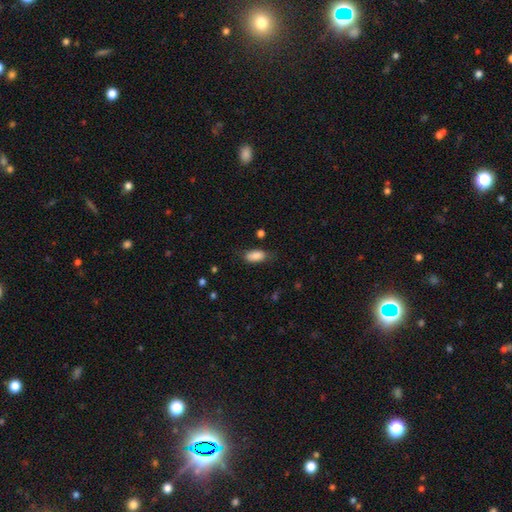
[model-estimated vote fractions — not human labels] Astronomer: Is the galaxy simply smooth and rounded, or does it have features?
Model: smooth — 86%.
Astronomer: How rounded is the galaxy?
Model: in between — 90%.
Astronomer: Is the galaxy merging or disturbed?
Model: none — 70%.